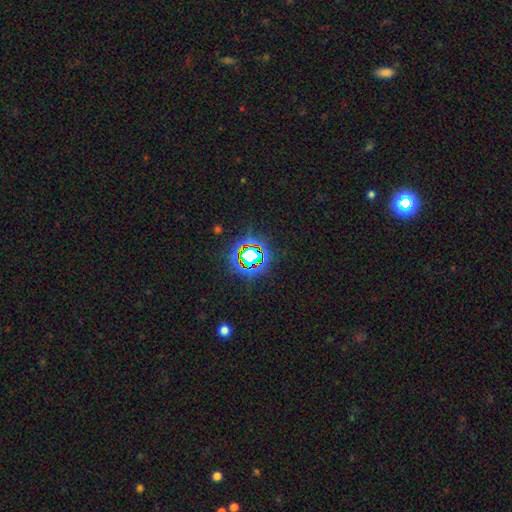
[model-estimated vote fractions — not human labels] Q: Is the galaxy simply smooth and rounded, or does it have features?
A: star or artifact — 76%.